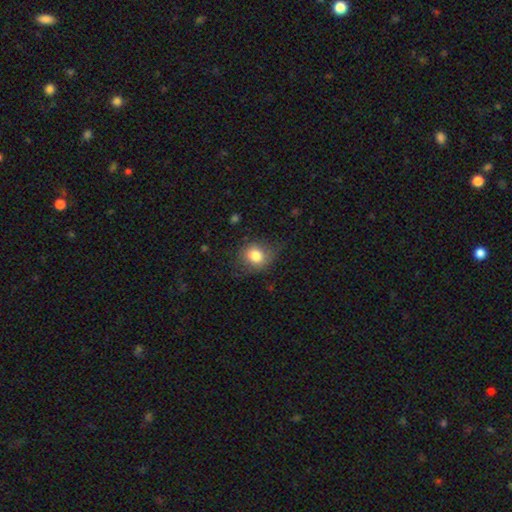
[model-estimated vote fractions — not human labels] smooth_or_featured: smooth (p=0.80) [alt: featured or disk p=0.10]
how_rounded: round (p=0.69) [alt: in between p=0.30]
merging: none (p=0.69) [alt: minor disturbance p=0.22]